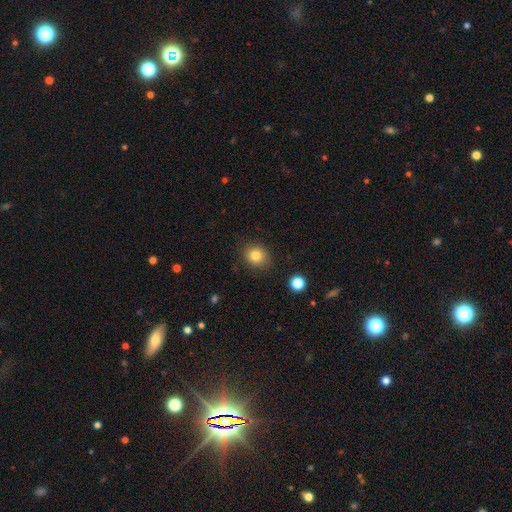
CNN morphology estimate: Smooth or featured? Predicted: smooth (p=0.82). How rounded? Predicted: round (p=0.75). Merging? Predicted: none (p=0.87).